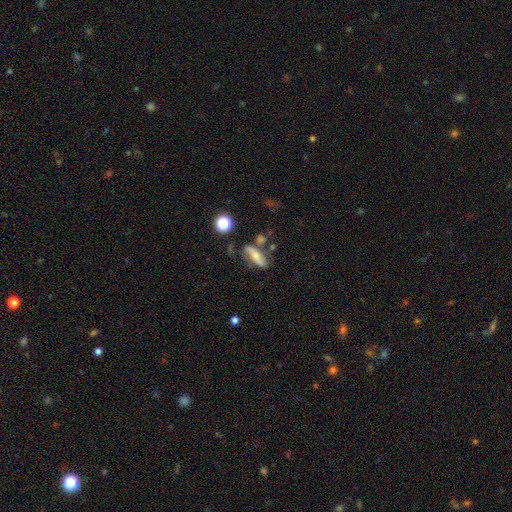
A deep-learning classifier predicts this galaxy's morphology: A featured or disk galaxy (51%). Merging: none (52%).